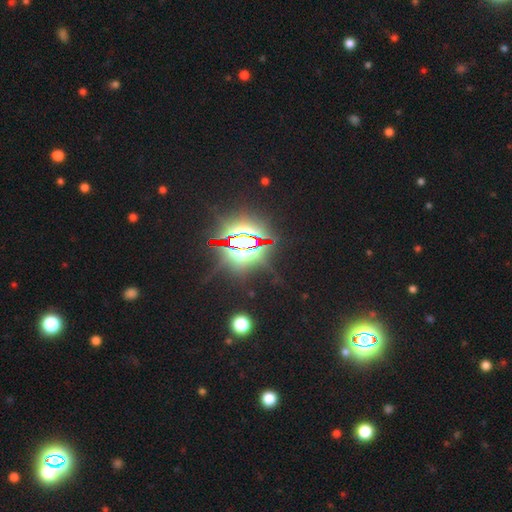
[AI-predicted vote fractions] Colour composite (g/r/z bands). It shows a star or artifact, not a galaxy (84%).